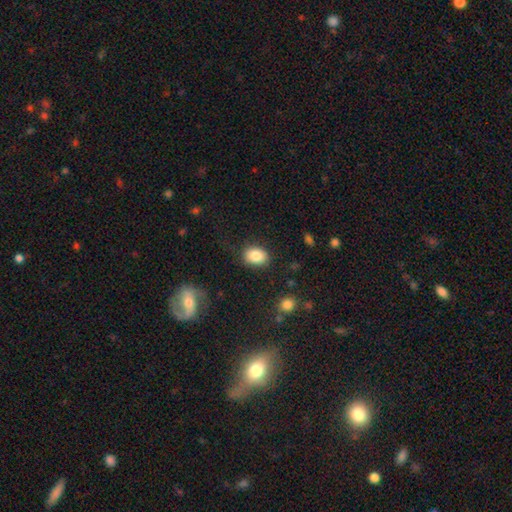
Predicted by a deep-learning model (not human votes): A smooth galaxy with no disk features (84%) that is in between round and cigar-shaped (67%). Merging: none (83%).